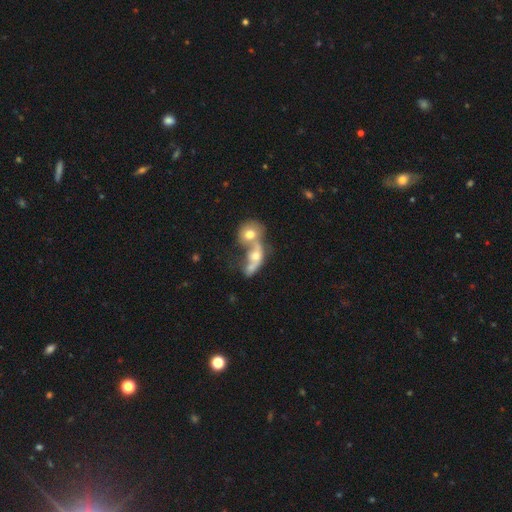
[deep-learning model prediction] Smooth or featured?
  - smooth: 50% *
  - featured or disk: 40%
  - star or artifact: 10%
How rounded?
  - in between: 59% *
  - round: 32%
  - cigar-shaped: 9%
Merging?
  - merger: 77% *
  - none: 10%
  - major disturbance: 8%
  - minor disturbance: 5%